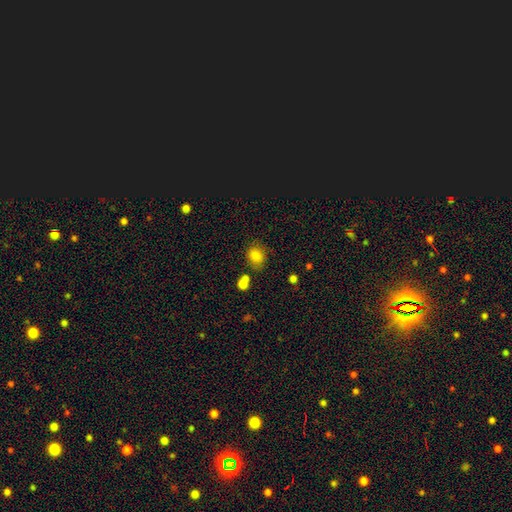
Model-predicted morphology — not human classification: Q: Smooth or featured?
A: smooth (82%); runner-up: star or artifact (12%)
Q: How rounded?
A: round (63%); runner-up: in between (36%)
Q: Merging?
A: none (71%); runner-up: minor disturbance (15%)